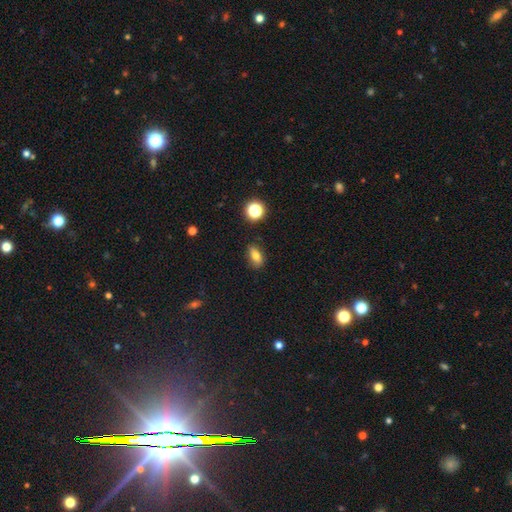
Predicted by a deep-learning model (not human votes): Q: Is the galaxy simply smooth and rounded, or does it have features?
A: smooth — 76%.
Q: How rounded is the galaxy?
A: in between — 77%.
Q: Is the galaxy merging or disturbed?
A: none — 84%.